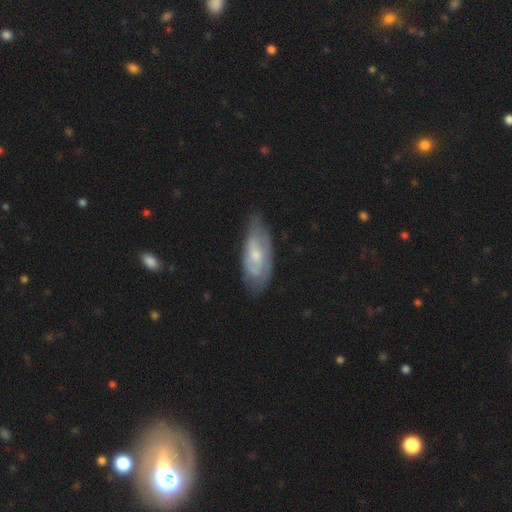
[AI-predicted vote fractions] featured or disk 57%, smooth 37%, star or artifact 6%. Down the decision tree: edge-on disk — no (87%); merging — none (64%).